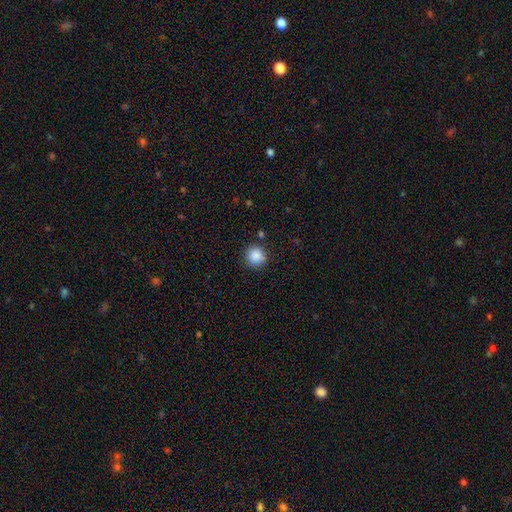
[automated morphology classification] A smooth galaxy with no disk features (87%) that is round (94%). Merging: none (88%).